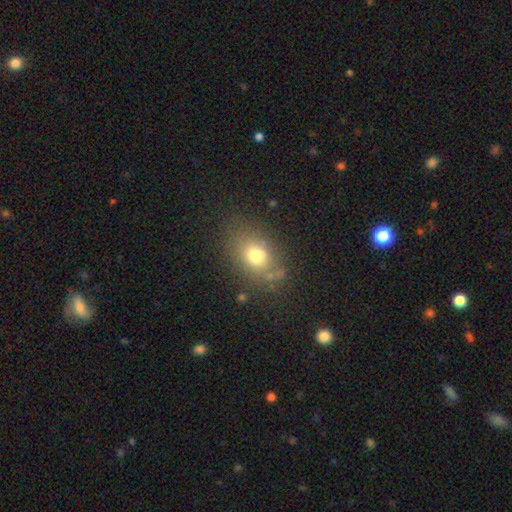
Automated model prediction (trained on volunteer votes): Morphology: type=smooth (71%); roundness=in between (64%); merging=none (68%).